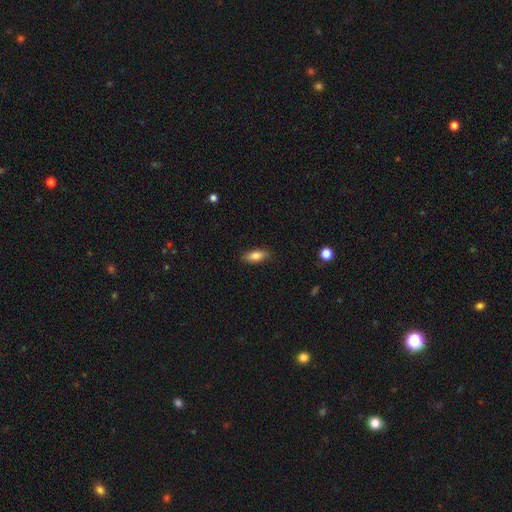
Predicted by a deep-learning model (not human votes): Smooth or featured: smooth — 82% (featured or disk — 11%)
How rounded: in between — 75% (cigar-shaped — 22%)
Merging: none — 87% (minor disturbance — 10%)